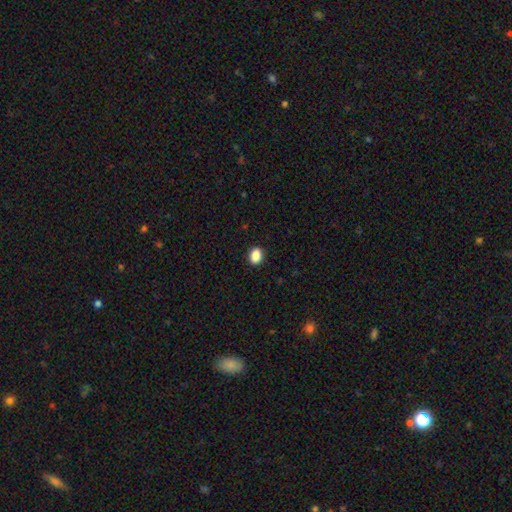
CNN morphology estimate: smooth_or_featured: smooth (p=0.89) [alt: star or artifact p=0.09]
how_rounded: in between (p=0.69) [alt: round p=0.30]
merging: none (p=0.91) [alt: minor disturbance p=0.07]